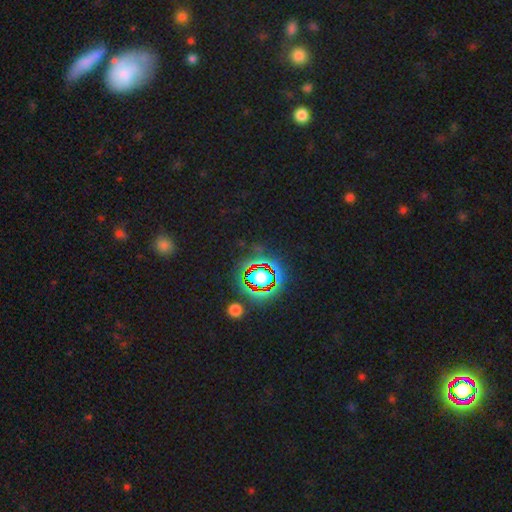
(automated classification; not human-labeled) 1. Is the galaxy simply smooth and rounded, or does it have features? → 80% star or artifact, 12% smooth, 8% featured or disk.